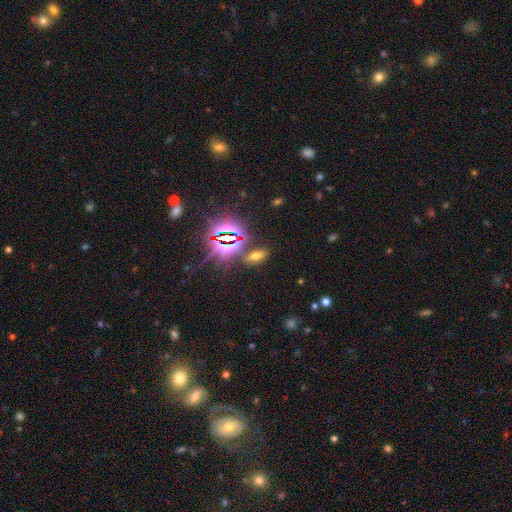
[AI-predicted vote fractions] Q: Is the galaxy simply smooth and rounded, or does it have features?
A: star or artifact — 46%.